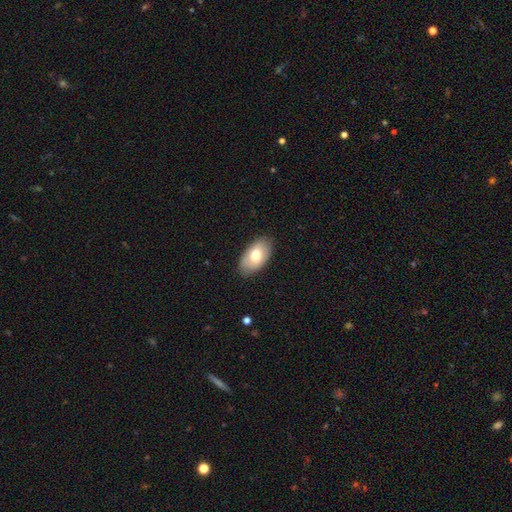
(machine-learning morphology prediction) smooth-or-featured: smooth: 71% | featured or disk: 23% | star or artifact: 6%
  how-rounded: in between: 94% | round: 4% | cigar-shaped: 2%
  merging: none: 84% | minor disturbance: 12% | major disturbance: 3% | merger: 1%